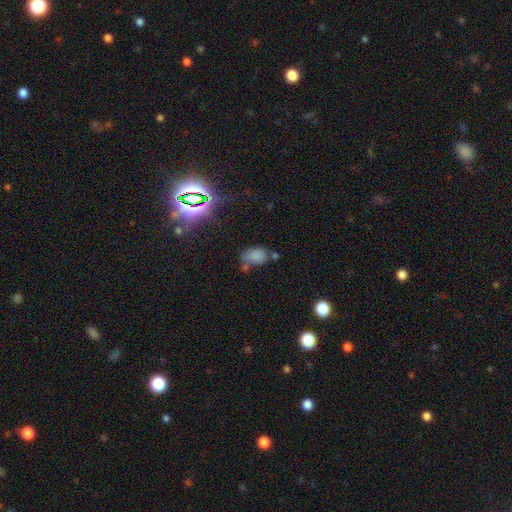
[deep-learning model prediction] smooth-or-featured: smooth: 71% | star or artifact: 18% | featured or disk: 11%
  how-rounded: in between: 80% | round: 18% | cigar-shaped: 2%
  merging: none: 45% | minor disturbance: 24% | merger: 21% | major disturbance: 10%